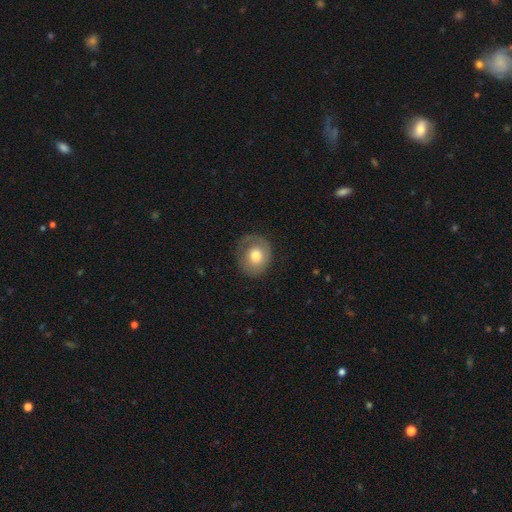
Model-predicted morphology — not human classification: Smooth or featured? Predicted: smooth (p=0.64). How rounded? Predicted: round (p=0.70). Merging? Predicted: none (p=0.66).